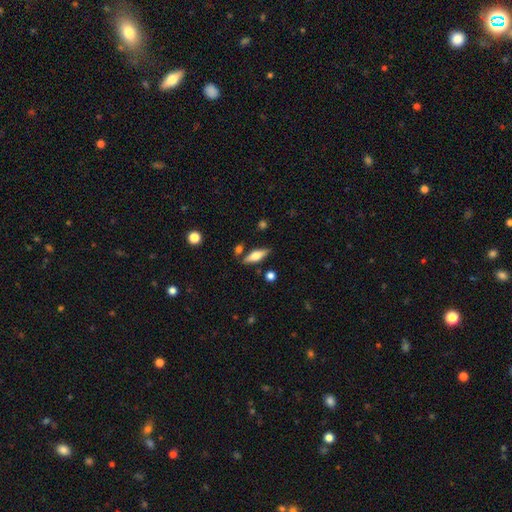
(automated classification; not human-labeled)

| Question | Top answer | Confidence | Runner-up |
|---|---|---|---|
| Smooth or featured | smooth | 53% | featured or disk (40%) |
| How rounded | in between | 55% | cigar-shaped (43%) |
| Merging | none | 81% | minor disturbance (11%) |